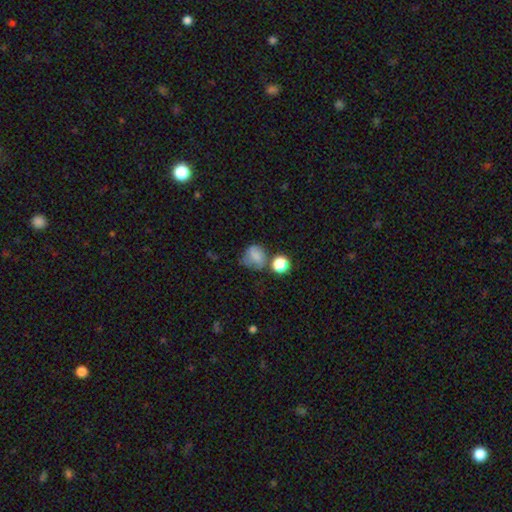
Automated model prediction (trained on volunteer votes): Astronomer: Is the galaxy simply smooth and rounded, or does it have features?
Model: smooth — 70%.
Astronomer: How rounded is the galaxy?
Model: round — 65%.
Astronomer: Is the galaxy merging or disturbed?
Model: none — 44% (runner-up: minor disturbance, 26%).